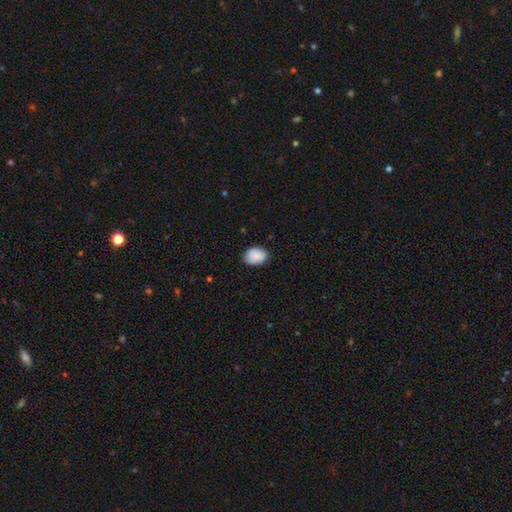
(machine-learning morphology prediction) Q: Smooth or featured?
A: smooth (90%); runner-up: star or artifact (7%)
Q: How rounded?
A: in between (72%); runner-up: round (28%)
Q: Merging?
A: none (82%); runner-up: minor disturbance (15%)